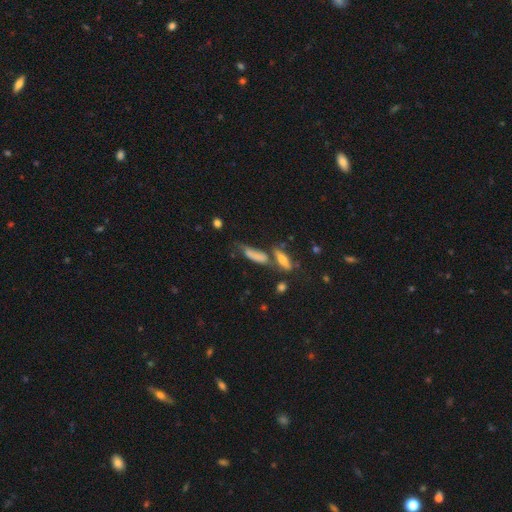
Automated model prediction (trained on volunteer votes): Overall: smooth (66%). How rounded: in between (52%; cigar-shaped 44%). Merging: none (33%; merger 31%).